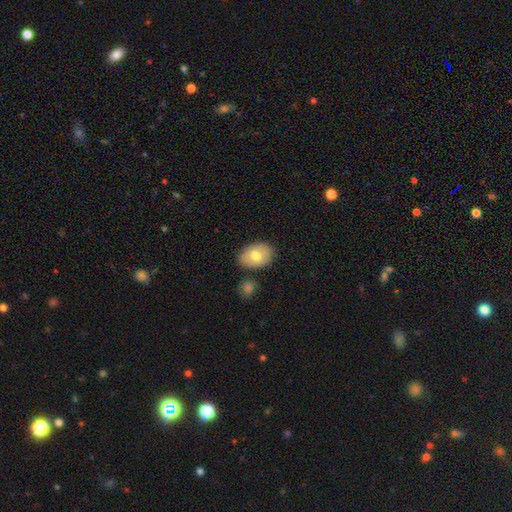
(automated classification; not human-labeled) smooth 76%, featured or disk 18%, star or artifact 7%. Down the decision tree: how rounded — in between (82%); merging — none (78%).